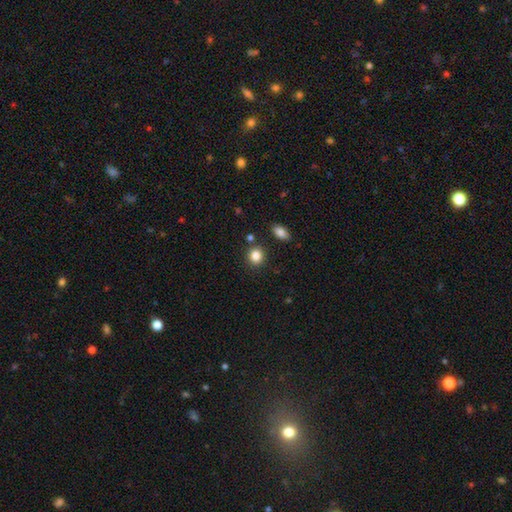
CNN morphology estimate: smooth-or-featured: smooth: 84% | star or artifact: 10% | featured or disk: 5%
  how-rounded: round: 81% | in between: 18% | cigar-shaped: 1%
  merging: none: 85% | minor disturbance: 8% | merger: 5% | major disturbance: 2%